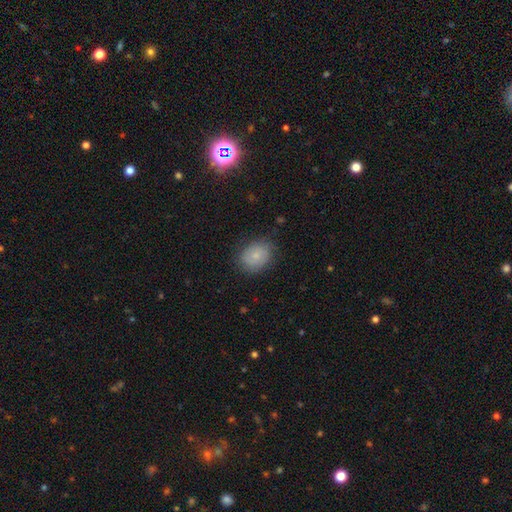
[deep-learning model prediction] smooth 70%, featured or disk 22%, star or artifact 8%. Down the decision tree: how rounded — in between (50%); merging — none (76%).